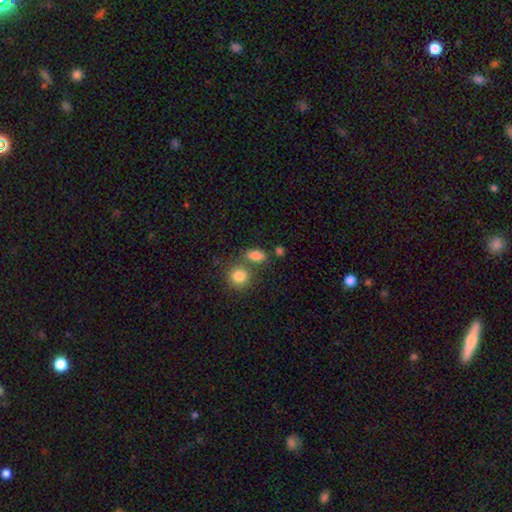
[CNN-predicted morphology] type=smooth (84%); roundness=in between (80%); merging=none (59%).